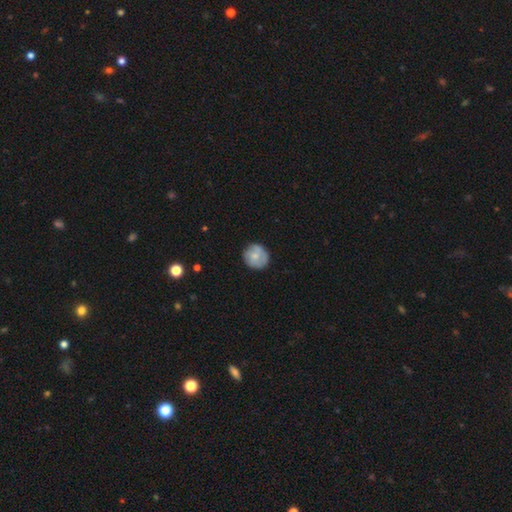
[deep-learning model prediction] smooth 66%, featured or disk 27%, star or artifact 7%. Down the decision tree: how rounded — round (87%); merging — none (75%).